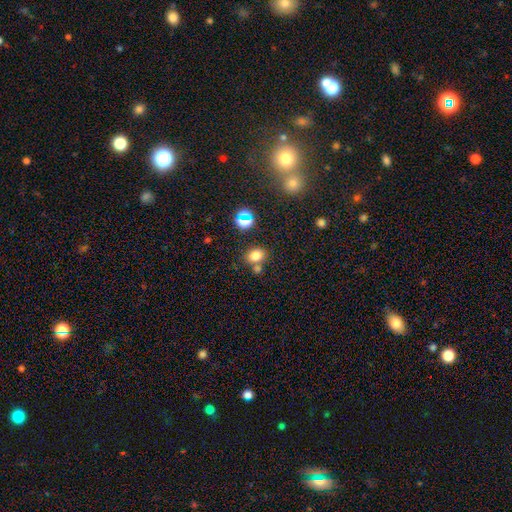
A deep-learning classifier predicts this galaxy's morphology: Overall: smooth (76%). How rounded: in between (56%; round 43%). Merging: none (62%; merger 23%).